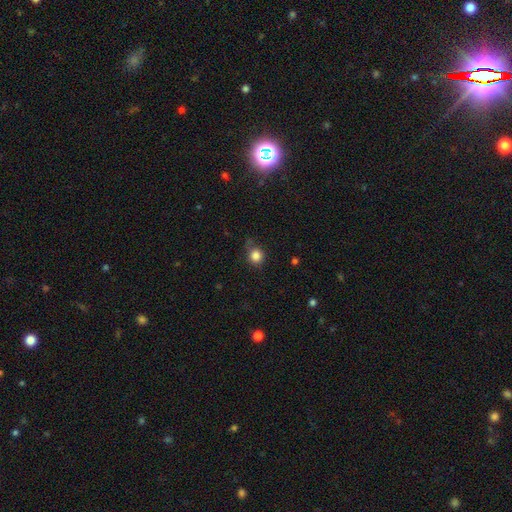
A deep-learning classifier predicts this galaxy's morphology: smooth-or-featured: smooth: 83% | star or artifact: 12% | featured or disk: 5%
  how-rounded: round: 88% | in between: 11% | cigar-shaped: 1%
  merging: none: 72% | minor disturbance: 20% | major disturbance: 5% | merger: 3%